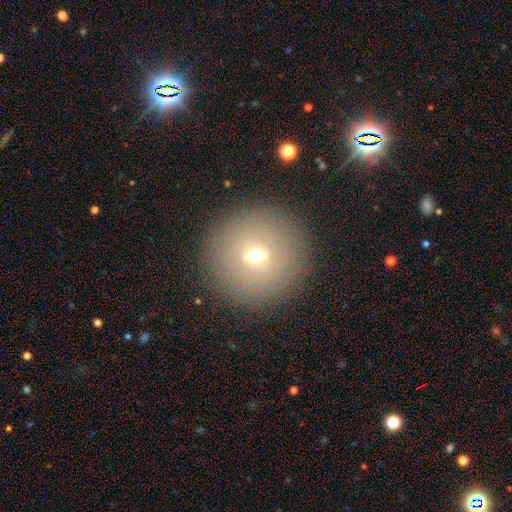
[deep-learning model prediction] The model was most divided on "smooth or featured": smooth: 62%, featured or disk: 23%, star or artifact: 14%. More confident: how rounded — round (94%); merging — none (89%).